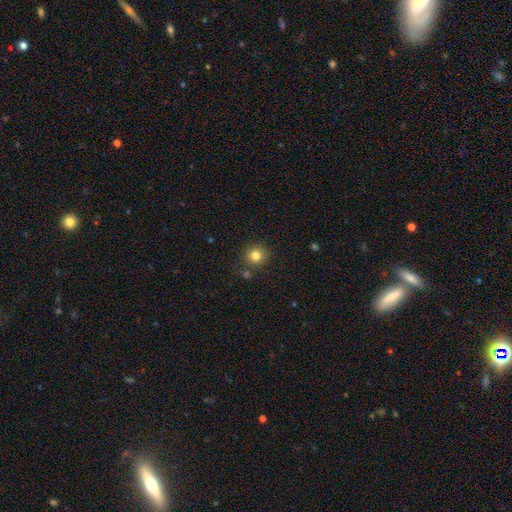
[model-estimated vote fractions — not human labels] A smooth galaxy with no disk features (81%) that is round (91%). Merging: none (83%).